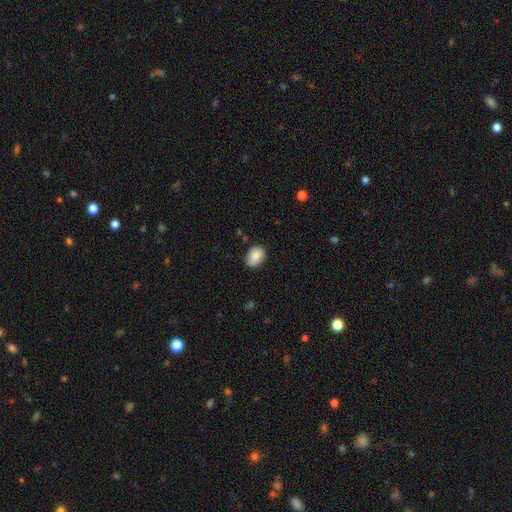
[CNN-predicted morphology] This is clearly a smooth galaxy (84%). How rounded: likely in between (69%). Merging: clearly none (82%).